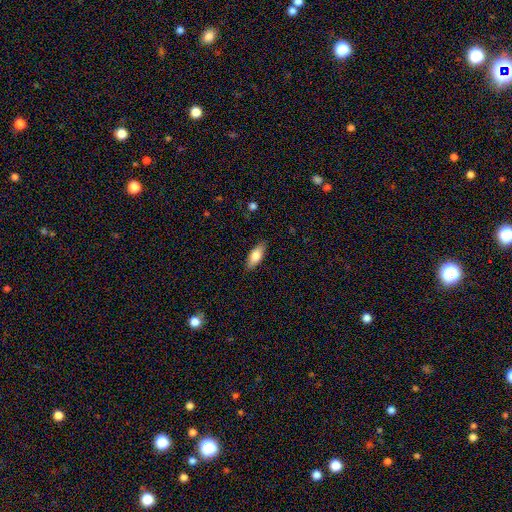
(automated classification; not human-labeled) Smooth or featured? smooth (76%)
How rounded? in between (78%)
Merging? none (87%)